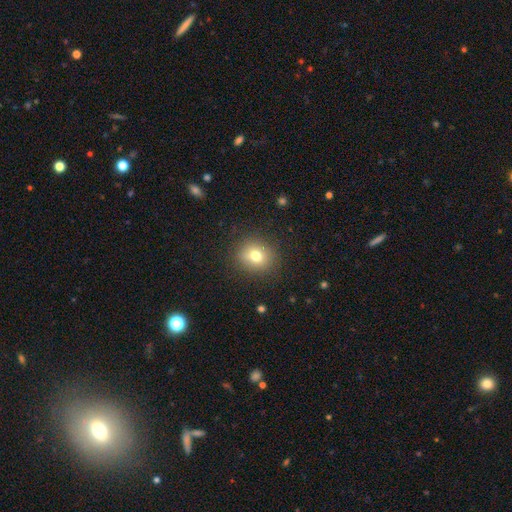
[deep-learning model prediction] Smooth or featured? smooth (75%)
How rounded? round (76%)
Merging? none (87%)